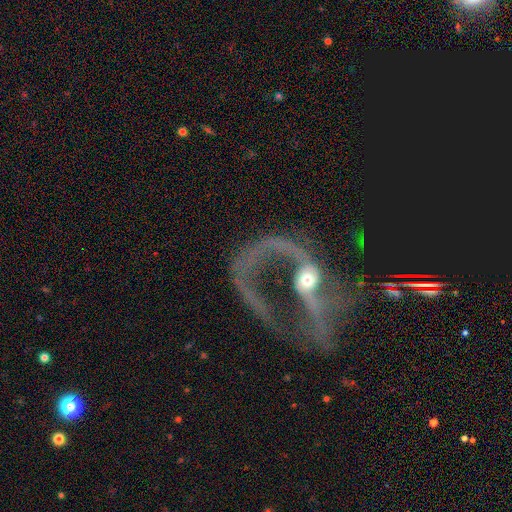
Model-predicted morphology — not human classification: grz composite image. It shows a featured or disk galaxy (83%) with no bar (40%), 2 (59%) loose (65%) spiral arms (78%) and a moderate central bulge (50%). Merging: major disturbance (48%).